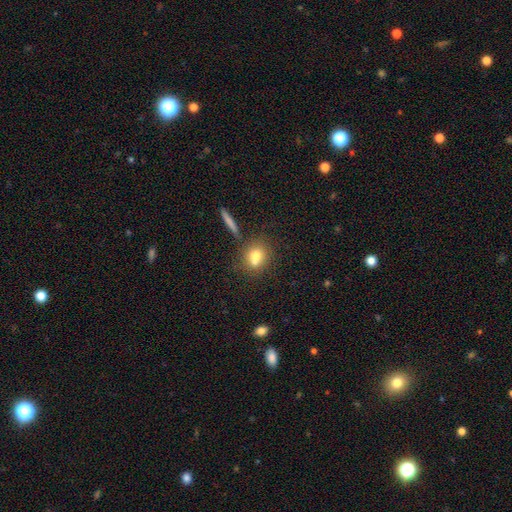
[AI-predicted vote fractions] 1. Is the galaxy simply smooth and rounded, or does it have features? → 71% smooth, 17% featured or disk, 11% star or artifact.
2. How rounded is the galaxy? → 69% round, 28% in between, 3% cigar-shaped.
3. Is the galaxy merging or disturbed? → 48% none, 39% merger, 10% minor disturbance, 4% major disturbance.